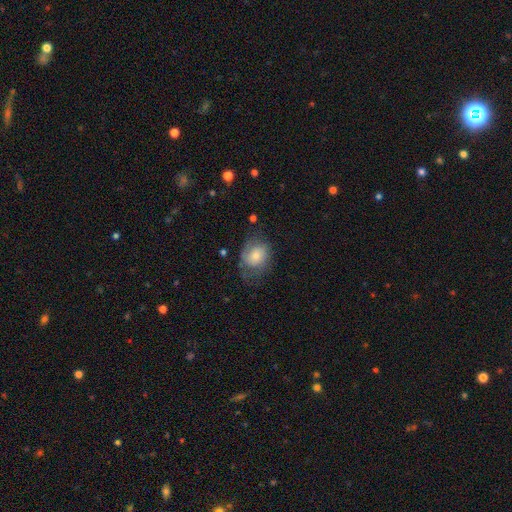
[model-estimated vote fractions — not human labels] Morphology: type=smooth (56%); roundness=in between (50%); merging=none (52%).